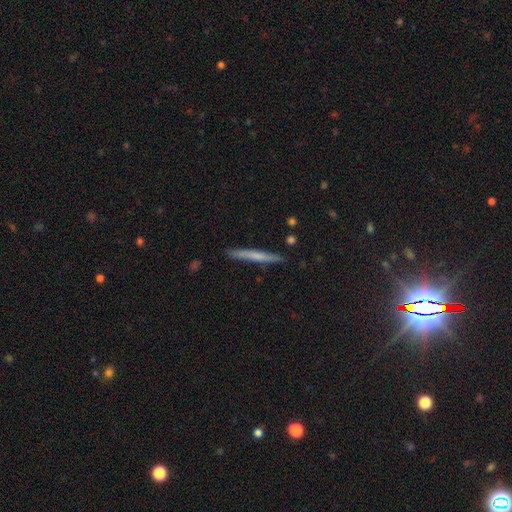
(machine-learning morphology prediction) Q: Smooth or featured?
A: smooth (58%); runner-up: featured or disk (36%)
Q: How rounded?
A: cigar-shaped (96%); runner-up: in between (2%)
Q: Merging?
A: none (89%); runner-up: minor disturbance (8%)